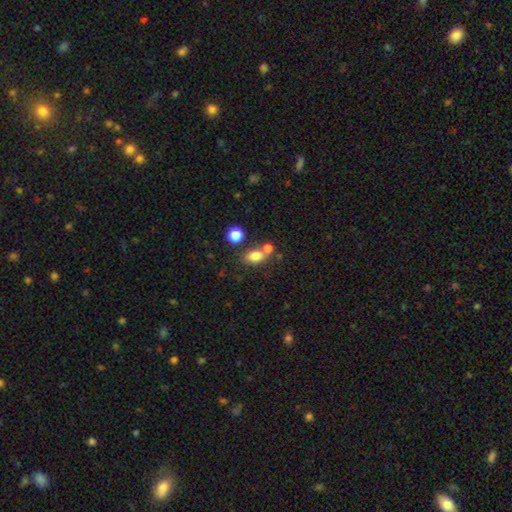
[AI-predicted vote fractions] smooth-or-featured: smooth: 79% | star or artifact: 12% | featured or disk: 9%
  how-rounded: in between: 71% | round: 27% | cigar-shaped: 2%
  merging: none: 55% | merger: 28% | minor disturbance: 12% | major disturbance: 5%